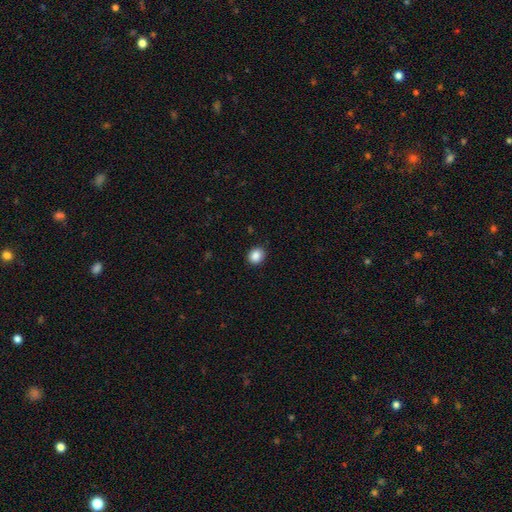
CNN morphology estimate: Smooth or featured: smooth — 88% (star or artifact — 9%)
How rounded: round — 72% (in between — 27%)
Merging: none — 90% (minor disturbance — 7%)